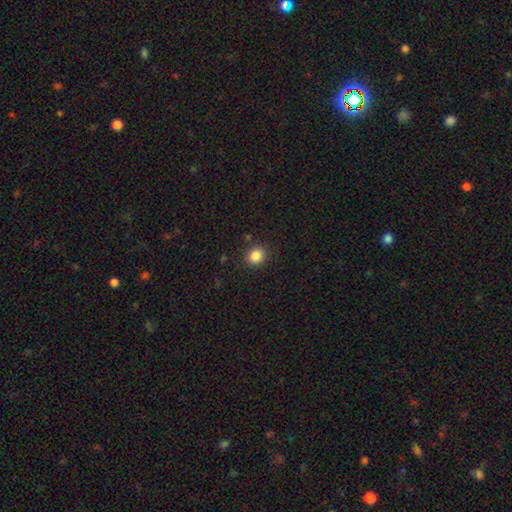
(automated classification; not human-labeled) Q: Smooth or featured?
A: smooth (85%); runner-up: star or artifact (11%)
Q: How rounded?
A: round (71%); runner-up: in between (28%)
Q: Merging?
A: none (87%); runner-up: minor disturbance (8%)